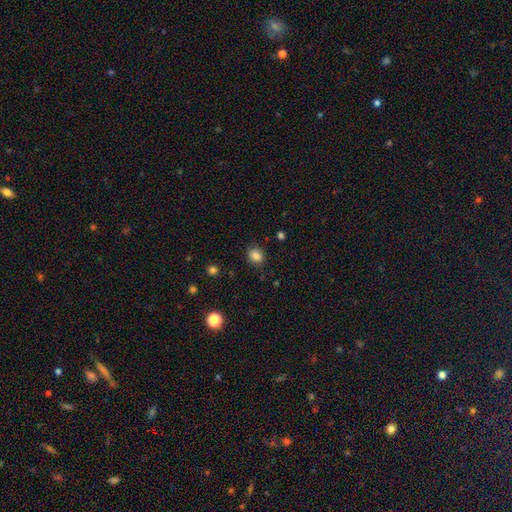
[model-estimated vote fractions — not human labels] Overall: smooth (84%). How rounded: round (68%; in between 31%). Merging: none (86%).